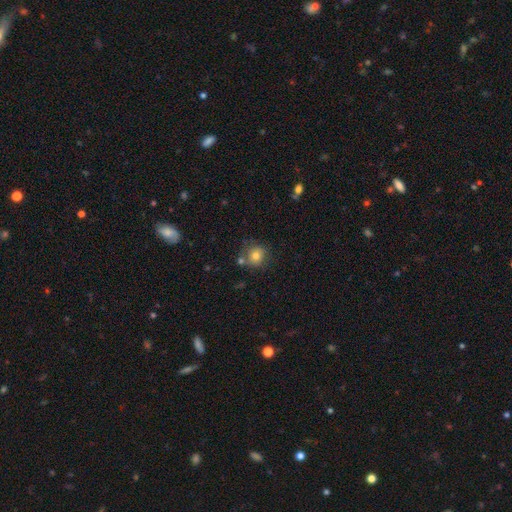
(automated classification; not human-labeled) Q: Smooth or featured?
A: smooth (76%); runner-up: featured or disk (13%)
Q: How rounded?
A: round (87%); runner-up: in between (12%)
Q: Merging?
A: none (69%); runner-up: minor disturbance (14%)